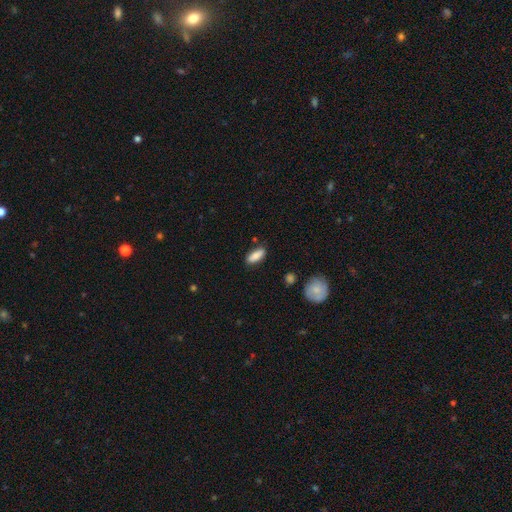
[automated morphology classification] type=smooth (84%); roundness=in between (74%); merging=none (84%).